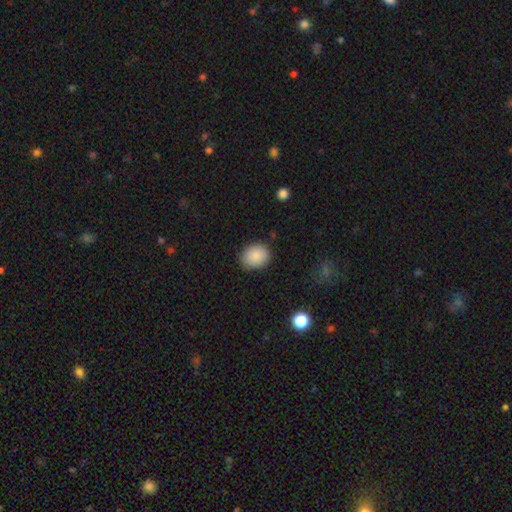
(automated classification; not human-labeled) smooth_or_featured: smooth (p=0.86) [alt: star or artifact p=0.08]
how_rounded: round (p=0.50) [tied with: in between p=0.50]
merging: none (p=0.85) [alt: minor disturbance p=0.11]